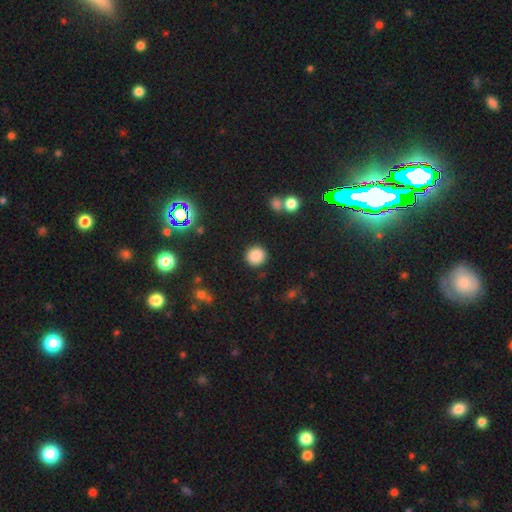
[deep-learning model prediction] Morphology: type=smooth (87%); roundness=round (93%); merging=none (90%).